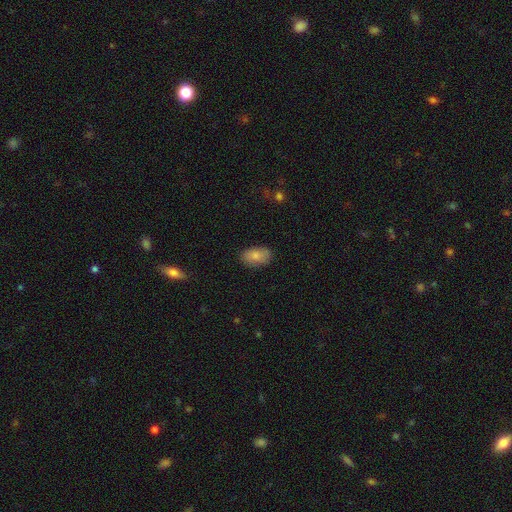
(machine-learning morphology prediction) Smooth or featured? Predicted: smooth (p=0.82). How rounded? Predicted: in between (p=0.91). Merging? Predicted: none (p=0.82).